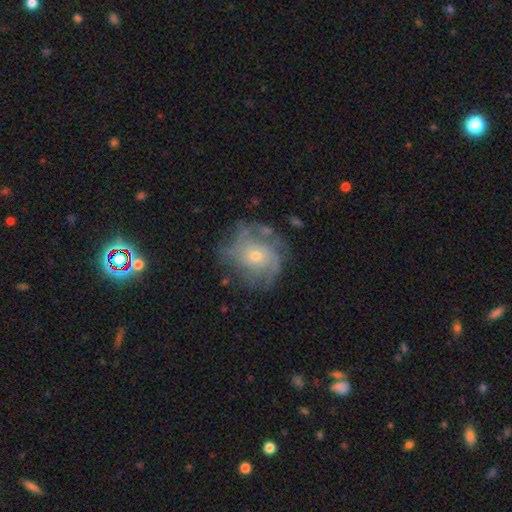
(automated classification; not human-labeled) A featured or disk galaxy (77%) with no bar (80%), tight (50%) spiral arms (87%) and a small central bulge (67%). Merging: none (65%).